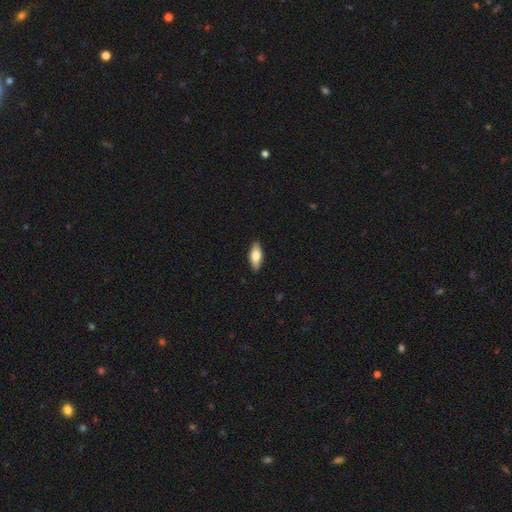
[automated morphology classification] Smooth or featured: smooth — 74% (featured or disk — 21%)
How rounded: in between — 78% (cigar-shaped — 20%)
Merging: none — 89% (minor disturbance — 8%)